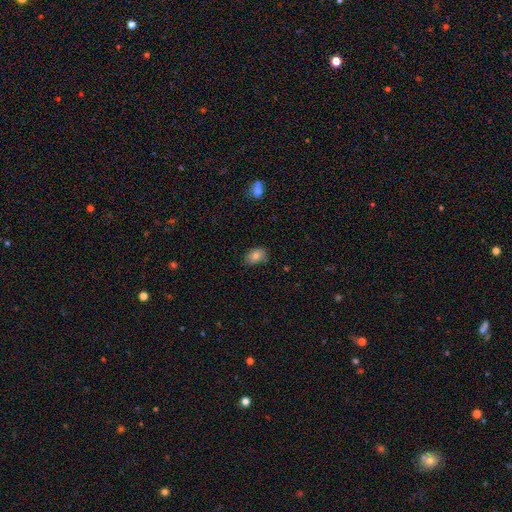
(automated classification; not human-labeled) This is clearly a smooth galaxy (81%). How rounded: clearly in between (81%). Merging: likely none (74%).